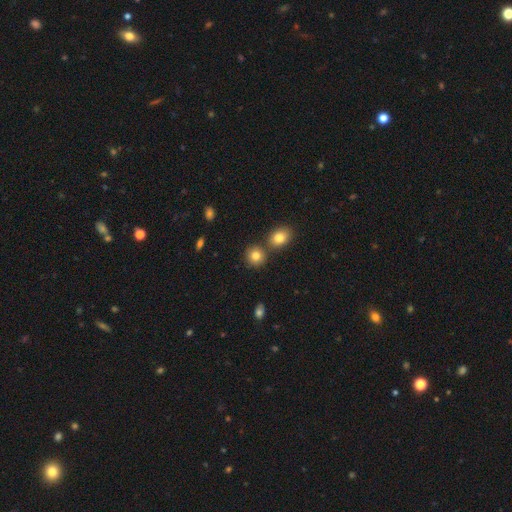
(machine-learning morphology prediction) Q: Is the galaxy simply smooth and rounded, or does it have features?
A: smooth — 80%.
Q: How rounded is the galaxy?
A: round — 85%.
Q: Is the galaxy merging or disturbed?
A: none — 74%.